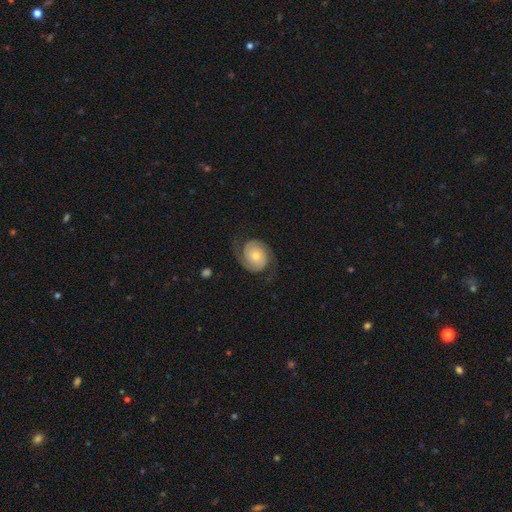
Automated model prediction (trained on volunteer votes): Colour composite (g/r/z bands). It shows a featured or disk galaxy (80%) with no bar (78%), 2 (90%) tight (46%) spiral arms (96%) and a small central bulge (47%). Merging: none (75%).